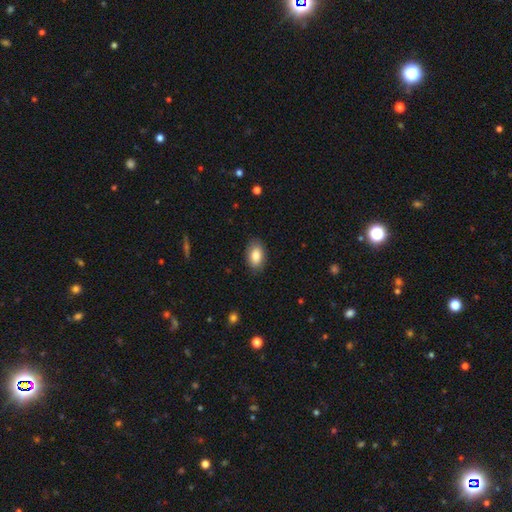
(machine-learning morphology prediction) Smooth or featured?
  - smooth: 86% *
  - featured or disk: 8%
  - star or artifact: 7%
How rounded?
  - in between: 92% *
  - round: 7%
  - cigar-shaped: 2%
Merging?
  - none: 86% *
  - minor disturbance: 11%
  - major disturbance: 2%
  - merger: 1%